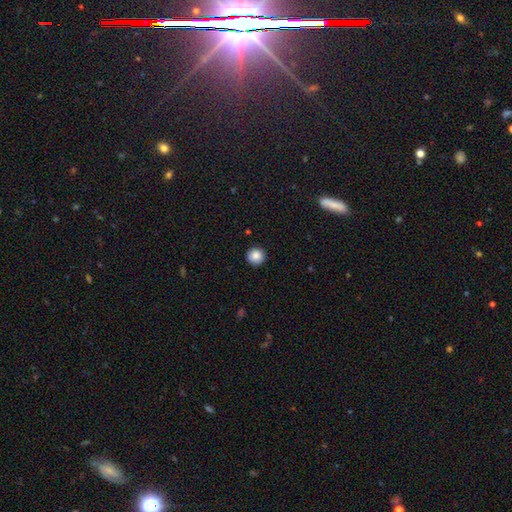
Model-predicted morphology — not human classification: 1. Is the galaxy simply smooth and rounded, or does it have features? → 86% smooth, 9% star or artifact, 5% featured or disk.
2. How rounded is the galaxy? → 95% round, 4% in between, 1% cigar-shaped.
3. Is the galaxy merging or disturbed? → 92% none, 6% minor disturbance, 2% major disturbance, 1% merger.